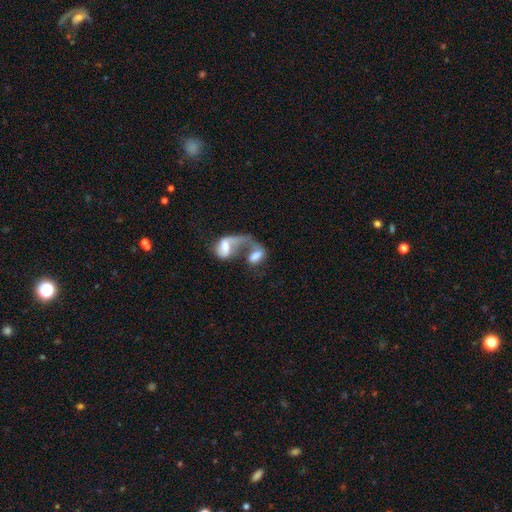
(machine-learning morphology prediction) A smooth galaxy with no disk features (48%). Merging: merger (66%).